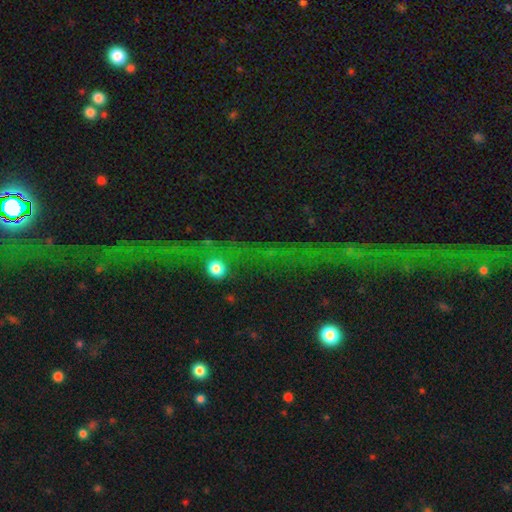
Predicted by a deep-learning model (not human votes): Smooth or featured? star or artifact (78%)